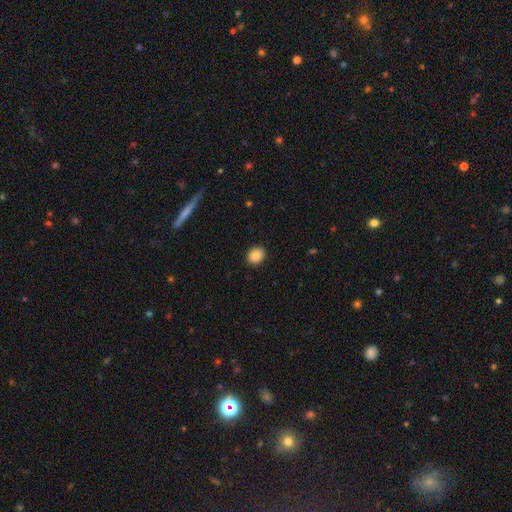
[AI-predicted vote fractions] smooth_or_featured: smooth (p=0.87) [alt: star or artifact p=0.09]
how_rounded: round (p=0.75) [alt: in between p=0.24]
merging: none (p=0.91) [alt: minor disturbance p=0.06]